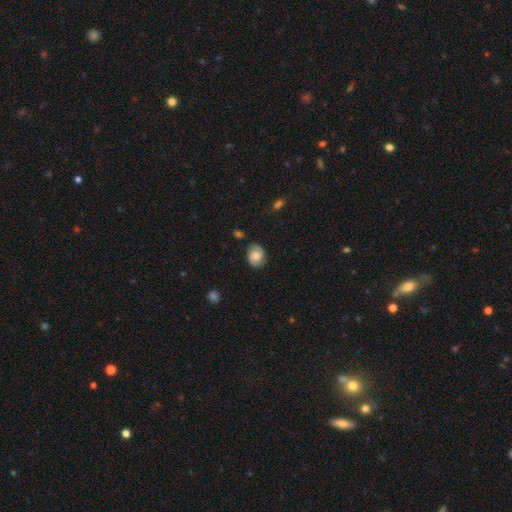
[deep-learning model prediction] Q: Smooth or featured?
A: featured or disk (53%); runner-up: smooth (39%)
Q: Edge-on disk?
A: no (97%); runner-up: yes (3%)
Q: Bar?
A: no (67%); runner-up: weak (28%)
Q: Spiral arms?
A: yes (91%); runner-up: no (9%)
Q: Bulge size?
A: moderate (40%); runner-up: small (23%)
Q: Merging?
A: none (76%); runner-up: minor disturbance (17%)